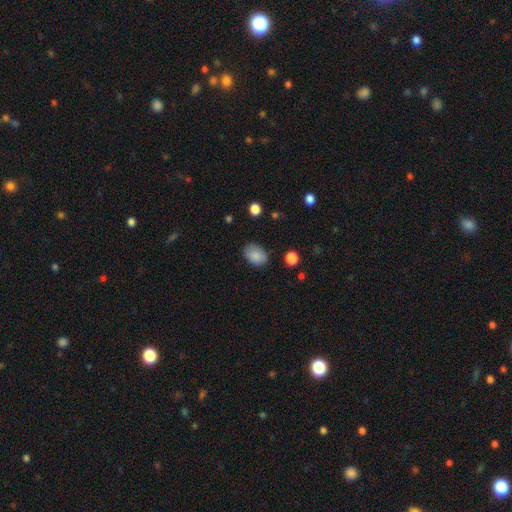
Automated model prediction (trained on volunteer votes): Morphology: type=smooth (86%); roundness=in between (78%); merging=none (79%).